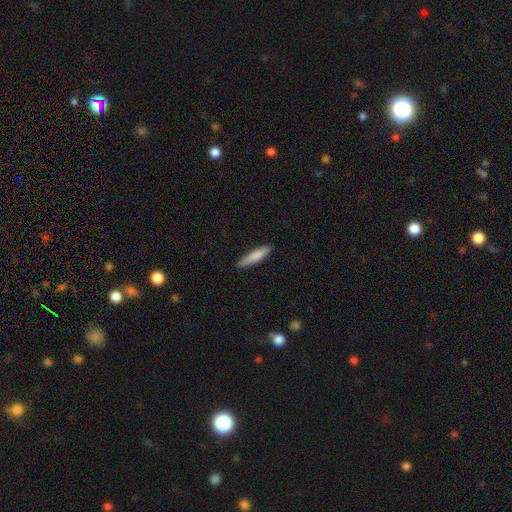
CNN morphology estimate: Smooth or featured? Predicted: smooth (p=0.81). How rounded? Predicted: cigar-shaped (p=0.82). Merging? Predicted: none (p=0.89).